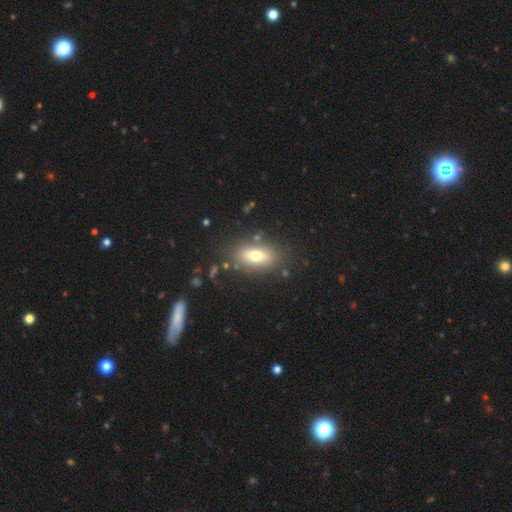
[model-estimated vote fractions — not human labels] This is likely a smooth galaxy (71%). How rounded: clearly in between (83%). Merging: likely none (79%).